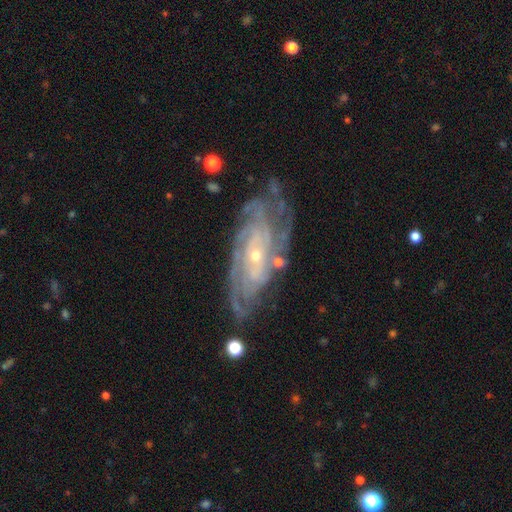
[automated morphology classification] featured or disk 90%, star or artifact 5%, smooth 5%. Down the decision tree: edge-on disk — no (94%); bar — no (67%); spiral arms — yes (97%); spiral arm count — can't tell (27%); spiral winding — tight (74%); bulge size — small (71%); merging — none (70%).